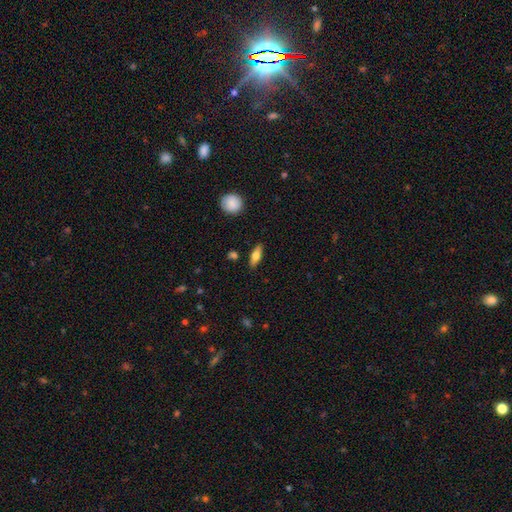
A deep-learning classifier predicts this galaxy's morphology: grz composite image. It shows a smooth galaxy with no disk features (62%) that is in between round and cigar-shaped (64%). Merging: none (86%).